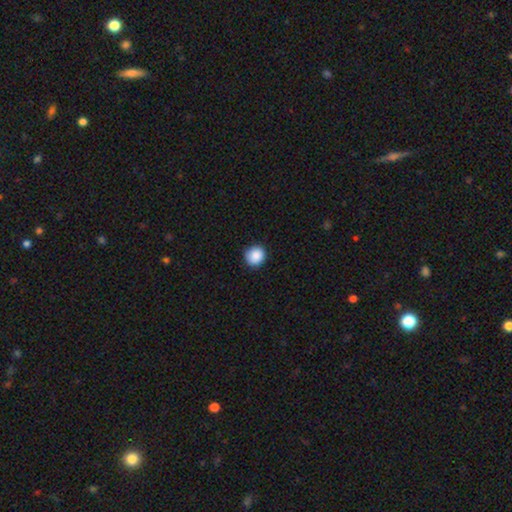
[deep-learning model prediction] This appears to be a smooth galaxy with no disk features (88%) that is round (90%). Merging: none (89%).